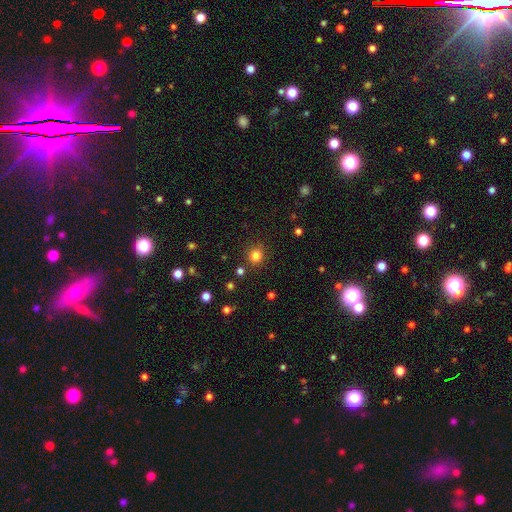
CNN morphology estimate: type=smooth (80%); roundness=round (90%); merging=none (88%).